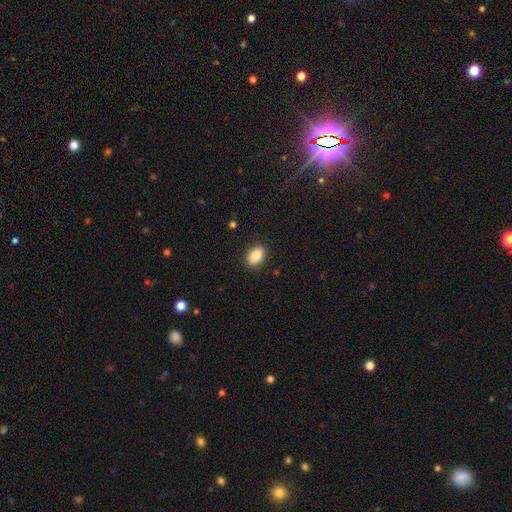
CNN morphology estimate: type=smooth (88%); roundness=in between (88%); merging=none (89%).